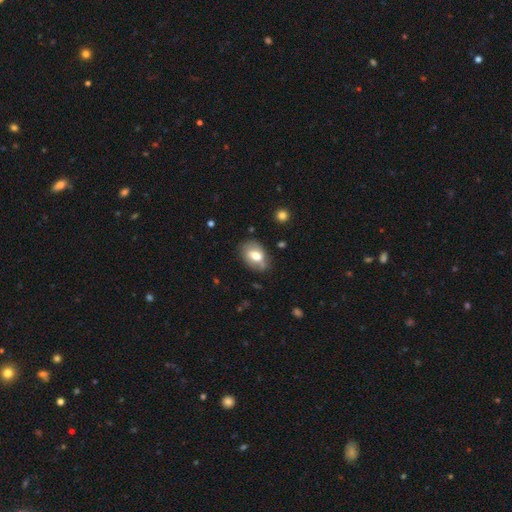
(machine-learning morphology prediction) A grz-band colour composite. It shows a smooth galaxy with no disk features (64%) that is in between round and cigar-shaped (80%). Merging: none (68%).